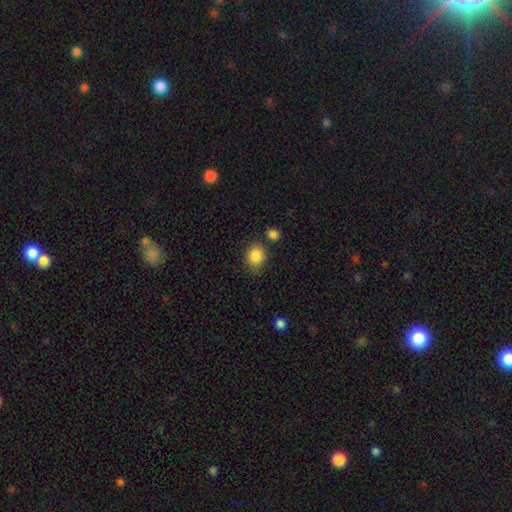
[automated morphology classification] The model was most divided on "how rounded": round: 63%, in between: 36%, cigar-shaped: 1%. More confident: smooth or featured — smooth (87%); merging — none (70%).